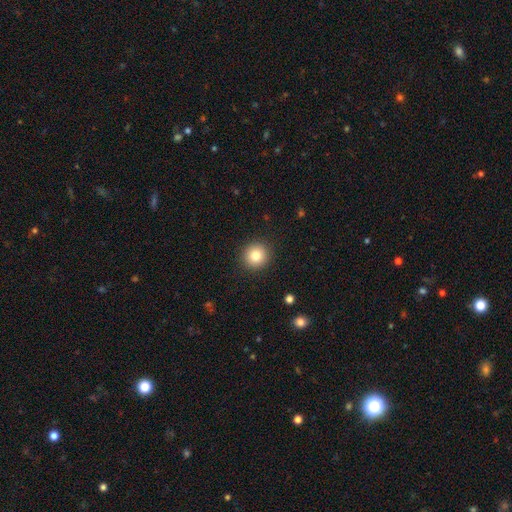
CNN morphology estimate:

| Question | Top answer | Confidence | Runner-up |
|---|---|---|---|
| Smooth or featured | smooth | 82% | star or artifact (10%) |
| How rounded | round | 93% | in between (6%) |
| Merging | none | 91% | minor disturbance (6%) |